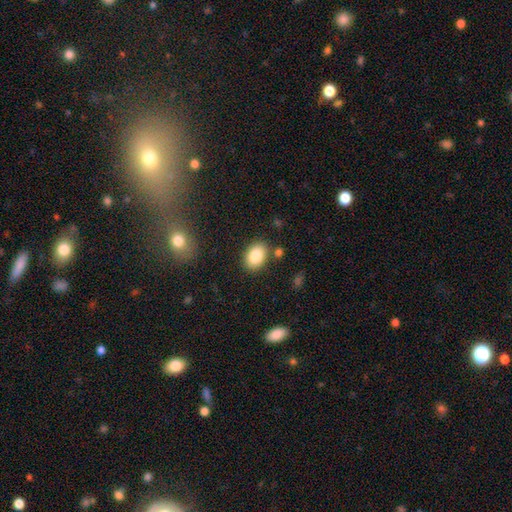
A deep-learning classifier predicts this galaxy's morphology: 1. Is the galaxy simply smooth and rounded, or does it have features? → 86% smooth, 8% star or artifact, 7% featured or disk.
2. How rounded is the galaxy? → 82% in between, 17% round, 1% cigar-shaped.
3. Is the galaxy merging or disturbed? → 82% none, 11% minor disturbance, 4% merger, 3% major disturbance.